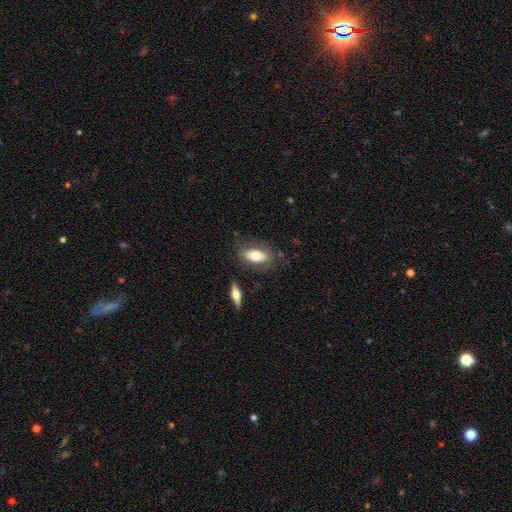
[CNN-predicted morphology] This appears to be a smooth galaxy with no disk features (65%) that is in between round and cigar-shaped (85%). Merging: none (75%).